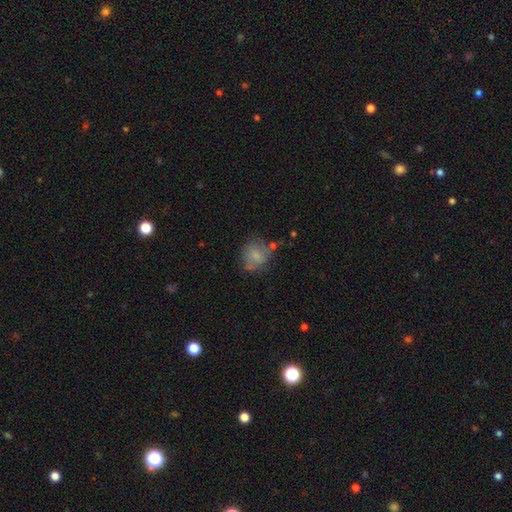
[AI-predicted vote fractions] This appears to be a smooth galaxy with no disk features (68%) that is round (65%). Merging: none (50%).